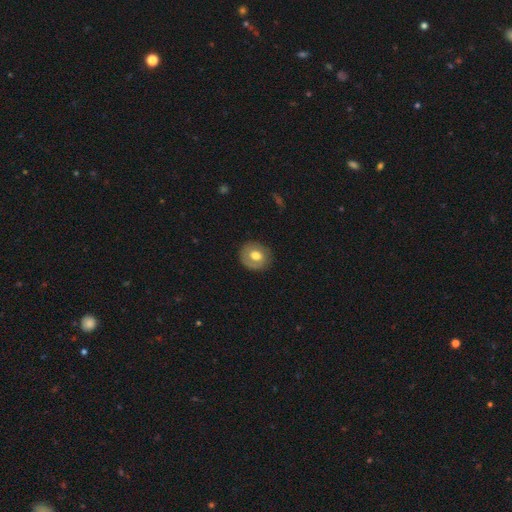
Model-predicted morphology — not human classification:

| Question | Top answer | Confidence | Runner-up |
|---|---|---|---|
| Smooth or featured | smooth | 59% | featured or disk (34%) |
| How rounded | round | 77% | in between (22%) |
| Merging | none | 82% | minor disturbance (13%) |